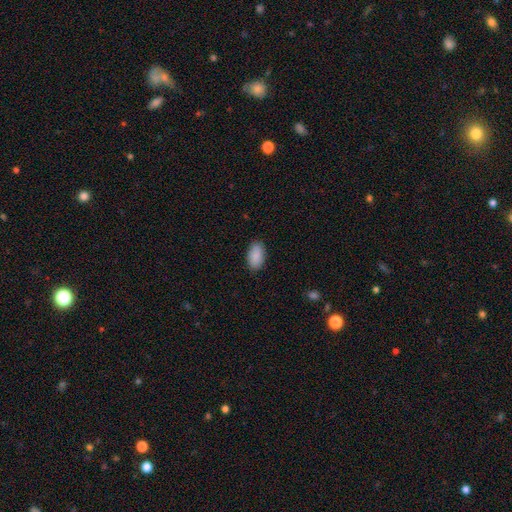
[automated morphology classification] The model was most divided on "merging": none: 87%, minor disturbance: 9%, major disturbance: 2%, merger: 1%. More confident: how rounded — in between (94%); smooth or featured — smooth (90%).